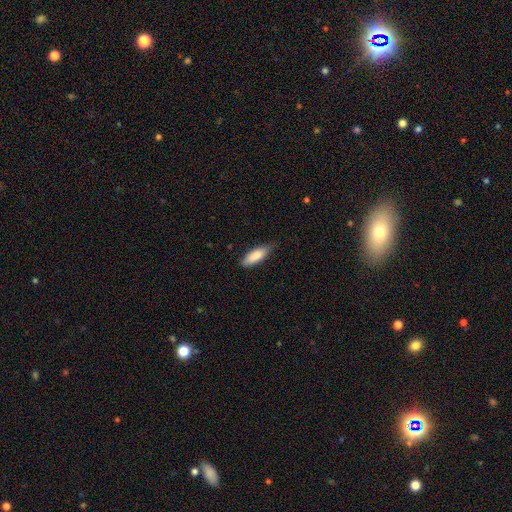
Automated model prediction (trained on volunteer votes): This is clearly a smooth galaxy (83%). How rounded: possibly in between (59%). Merging: likely none (68%).